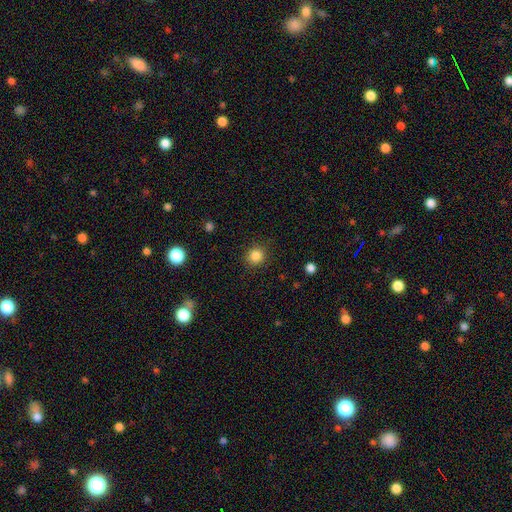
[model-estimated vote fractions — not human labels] A smooth galaxy with no disk features (85%) that is round (89%). Merging: none (88%).